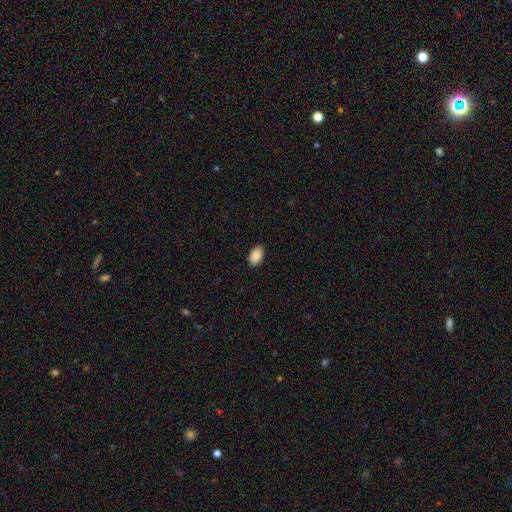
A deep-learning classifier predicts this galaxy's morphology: A smooth galaxy with no disk features (90%) that is in between round and cigar-shaped (90%).

Vote fractions:
- Smooth or featured? smooth: 90% / star or artifact: 7% / featured or disk: 3%
- How rounded? in between: 90% / round: 8% / cigar-shaped: 1%
- Merging? none: 88% / minor disturbance: 9% / major disturbance: 2% / merger: 1%